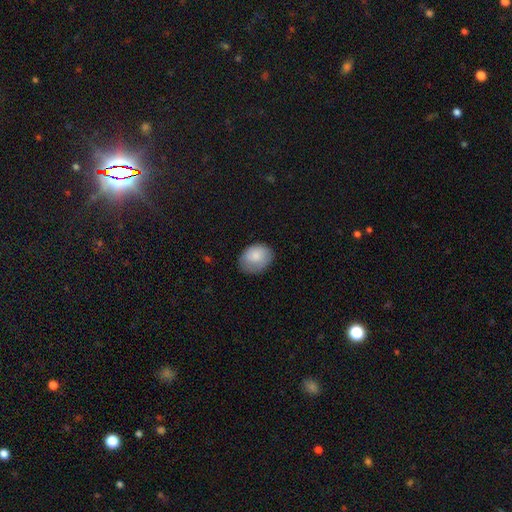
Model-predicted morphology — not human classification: This is clearly a smooth galaxy (82%). How rounded: likely in between (63%). Merging: likely none (67%).